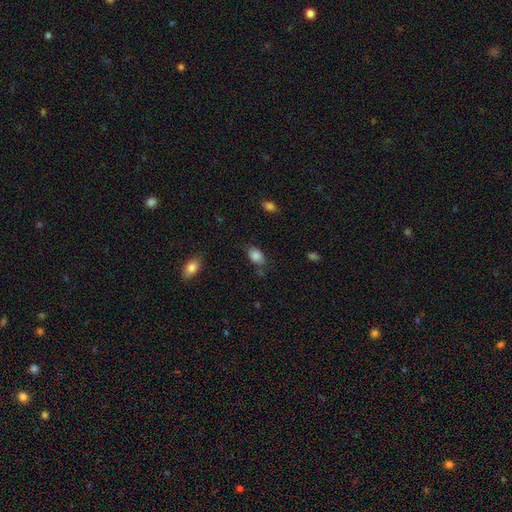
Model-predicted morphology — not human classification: Q: Smooth or featured?
A: smooth (86%); runner-up: star or artifact (8%)
Q: How rounded?
A: in between (88%); runner-up: round (11%)
Q: Merging?
A: none (71%); runner-up: minor disturbance (21%)